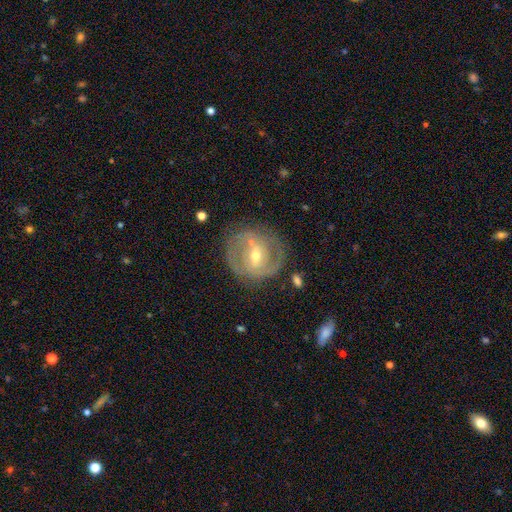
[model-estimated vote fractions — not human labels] This appears to be a featured or disk galaxy (76%) with a weak bar (47%), 2 (63%) tight (50%) spiral arms (77%) and a moderate central bulge (55%). Merging: none (69%).